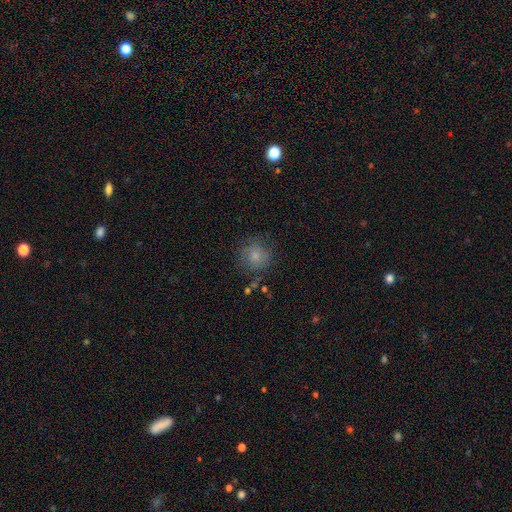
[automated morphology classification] Overall: smooth (77%). How rounded: round (90%). Merging: none (77%).